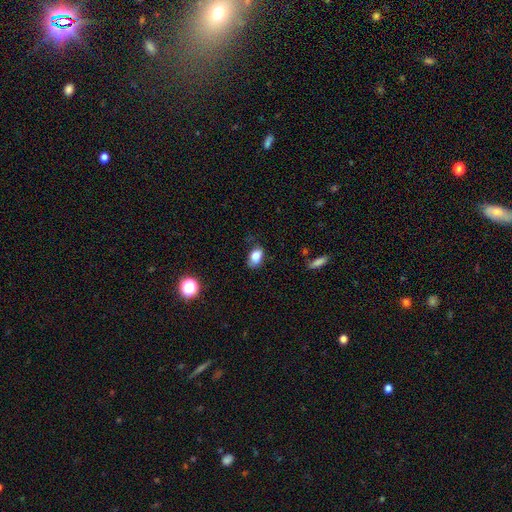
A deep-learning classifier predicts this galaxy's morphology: Smooth or featured? smooth (81%)
How rounded? in between (86%)
Merging? none (68%)